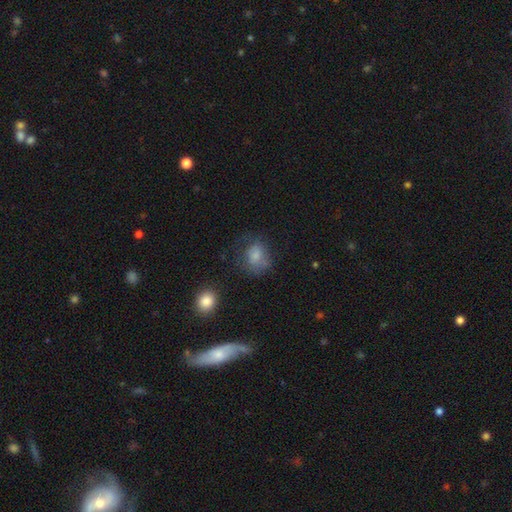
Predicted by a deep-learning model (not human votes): Morphology: type=smooth (72%); roundness=round (61%); merging=none (48%).